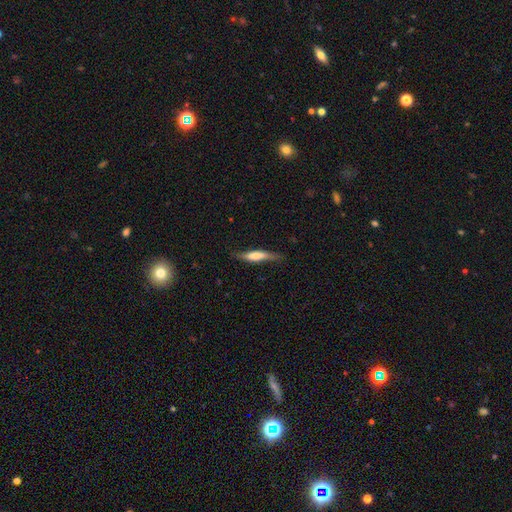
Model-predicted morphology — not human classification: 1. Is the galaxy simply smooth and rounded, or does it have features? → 53% smooth, 41% featured or disk, 6% star or artifact.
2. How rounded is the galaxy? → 83% cigar-shaped, 15% in between, 2% round.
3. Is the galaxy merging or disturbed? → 70% none, 22% minor disturbance, 6% major disturbance, 2% merger.